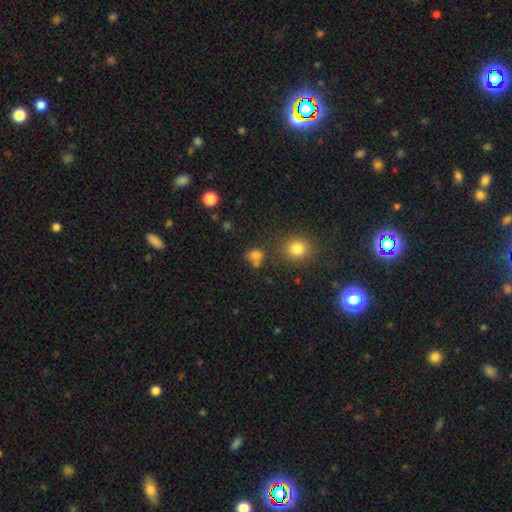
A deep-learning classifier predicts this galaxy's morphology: Smooth or featured: smooth — 74% (star or artifact — 18%)
How rounded: round — 69% (in between — 30%)
Merging: none — 59% (merger — 20%)